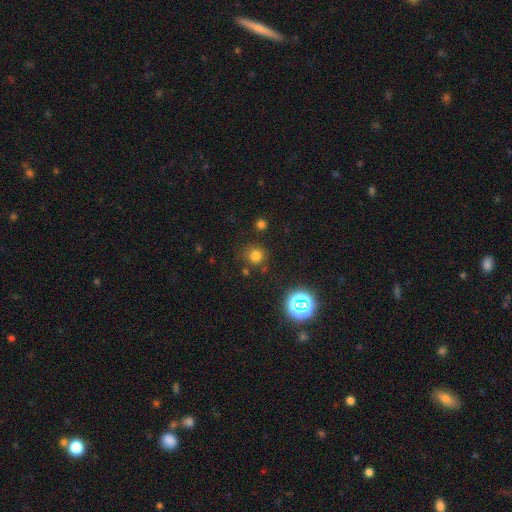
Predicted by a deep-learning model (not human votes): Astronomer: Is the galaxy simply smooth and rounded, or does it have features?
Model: smooth — 74%.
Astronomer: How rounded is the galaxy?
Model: round — 91%.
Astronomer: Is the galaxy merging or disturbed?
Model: none — 81%.